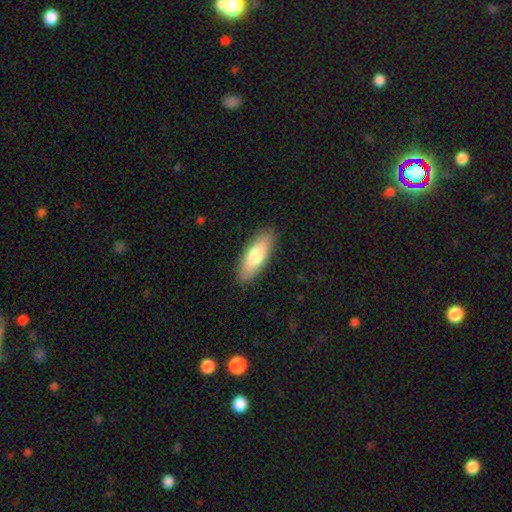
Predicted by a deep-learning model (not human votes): smooth 74%, featured or disk 20%, star or artifact 6%. Down the decision tree: how rounded — in between (65%); merging — none (88%).